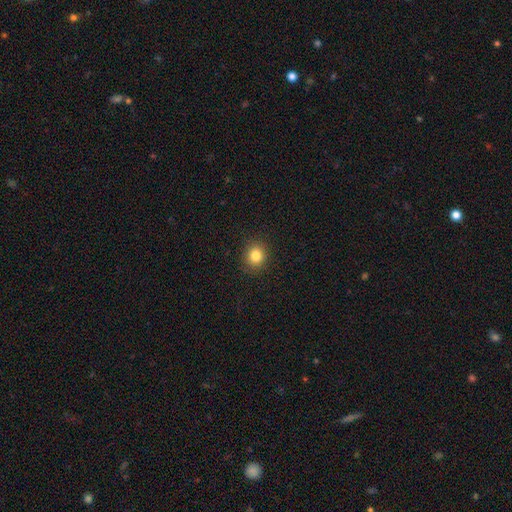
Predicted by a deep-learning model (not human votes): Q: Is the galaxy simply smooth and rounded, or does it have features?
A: smooth — 83%.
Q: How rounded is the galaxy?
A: round — 82%.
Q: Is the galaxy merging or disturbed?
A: none — 91%.